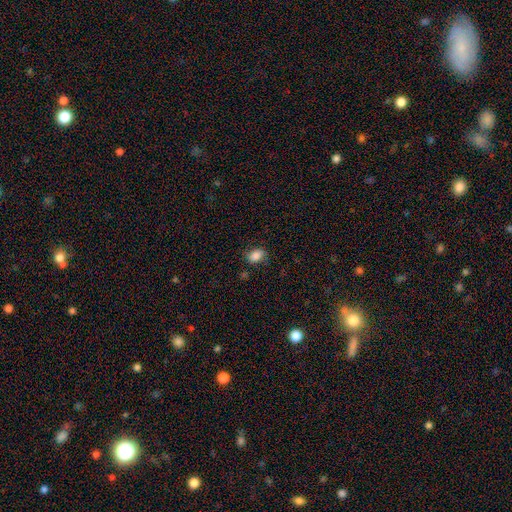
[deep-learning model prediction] smooth-or-featured: smooth: 82% | star or artifact: 9% | featured or disk: 8%
  how-rounded: in between: 77% | round: 21% | cigar-shaped: 1%
  merging: none: 75% | minor disturbance: 18% | major disturbance: 5% | merger: 2%